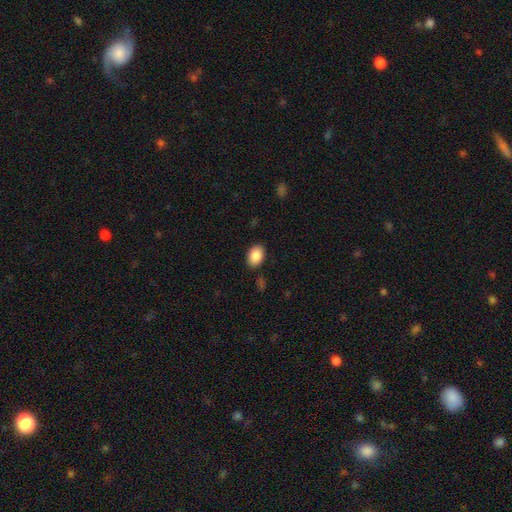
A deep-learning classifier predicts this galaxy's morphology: Q: Smooth or featured?
A: smooth (87%); runner-up: star or artifact (7%)
Q: How rounded?
A: in between (82%); runner-up: round (17%)
Q: Merging?
A: none (87%); runner-up: minor disturbance (9%)